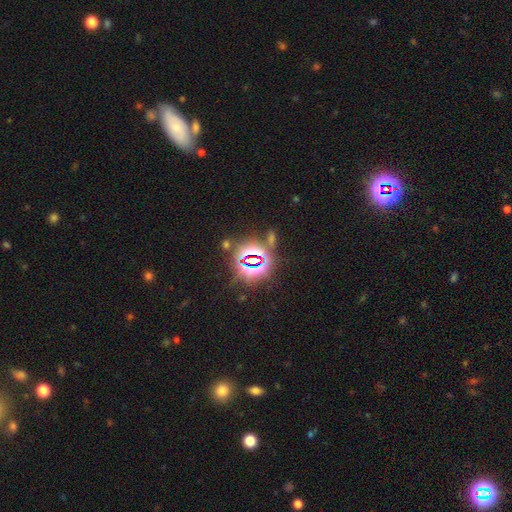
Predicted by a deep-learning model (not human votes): smooth_or_featured: star or artifact (p=0.77) [alt: smooth p=0.16]